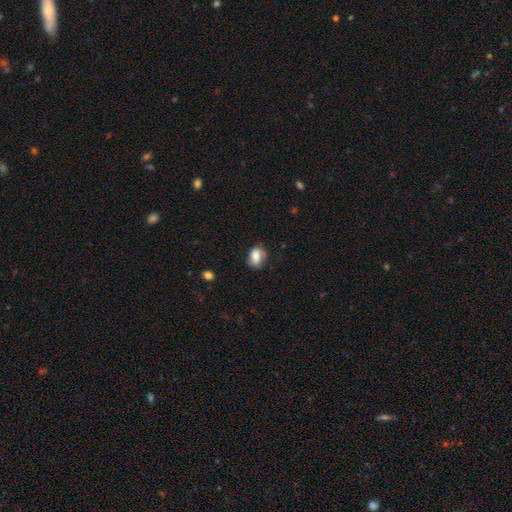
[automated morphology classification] smooth-or-featured: smooth: 68% | featured or disk: 23% | star or artifact: 8%
  how-rounded: in between: 76% | round: 23% | cigar-shaped: 2%
  merging: none: 67% | minor disturbance: 24% | major disturbance: 7% | merger: 2%